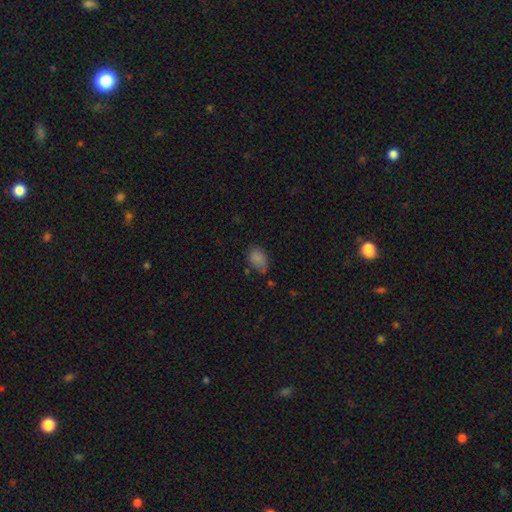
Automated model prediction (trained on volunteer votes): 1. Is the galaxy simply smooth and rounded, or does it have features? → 78% smooth, 16% star or artifact, 6% featured or disk.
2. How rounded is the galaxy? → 83% in between, 16% round, 2% cigar-shaped.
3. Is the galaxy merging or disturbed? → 66% none, 23% minor disturbance, 6% major disturbance, 5% merger.